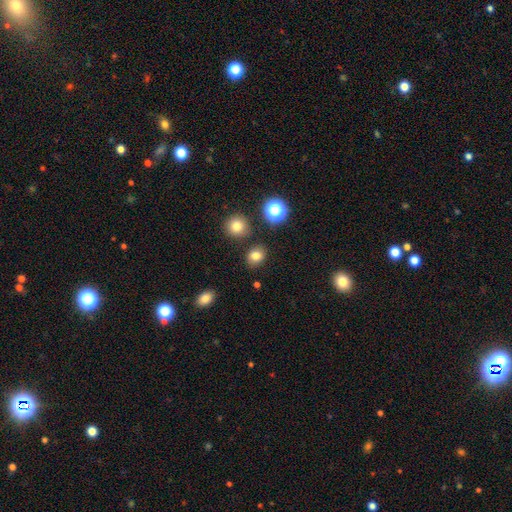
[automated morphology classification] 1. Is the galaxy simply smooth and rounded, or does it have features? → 79% smooth, 14% star or artifact, 7% featured or disk.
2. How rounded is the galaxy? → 55% round, 44% in between, 1% cigar-shaped.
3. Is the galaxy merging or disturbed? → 83% none, 10% minor disturbance, 5% merger, 3% major disturbance.